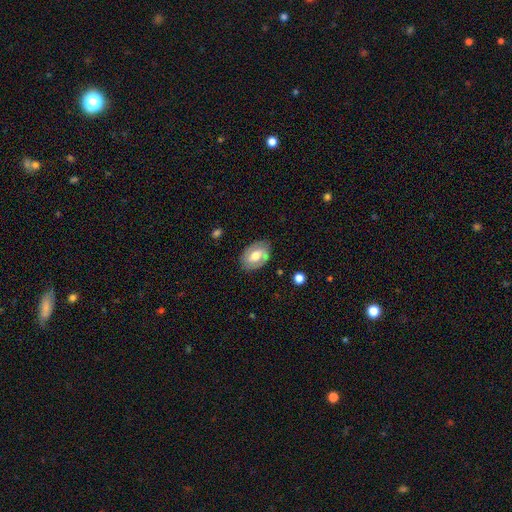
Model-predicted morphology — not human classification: featured or disk 58%, smooth 35%, star or artifact 6%. Down the decision tree: edge-on disk — no (95%); bar — weak (45%); spiral arms — yes (72%); bulge size — moderate (68%); merging — none (78%).